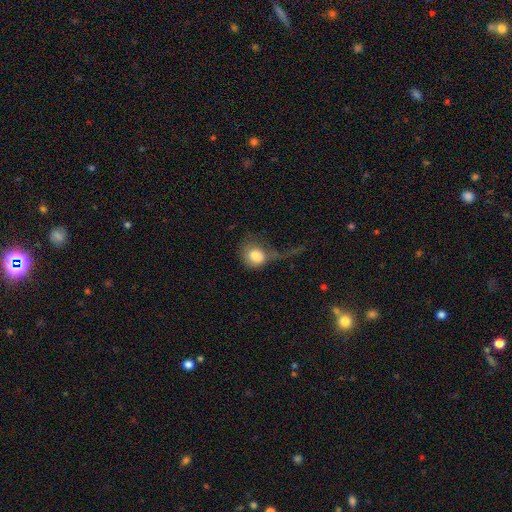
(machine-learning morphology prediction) smooth 75%, featured or disk 17%, star or artifact 8%. Down the decision tree: how rounded — round (59%); merging — major disturbance (56%).